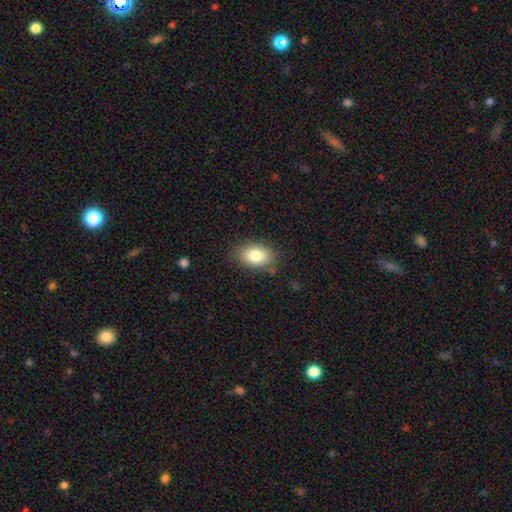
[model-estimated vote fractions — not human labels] A smooth galaxy with no disk features (82%) that is in between round and cigar-shaped (86%). Merging: none (80%).